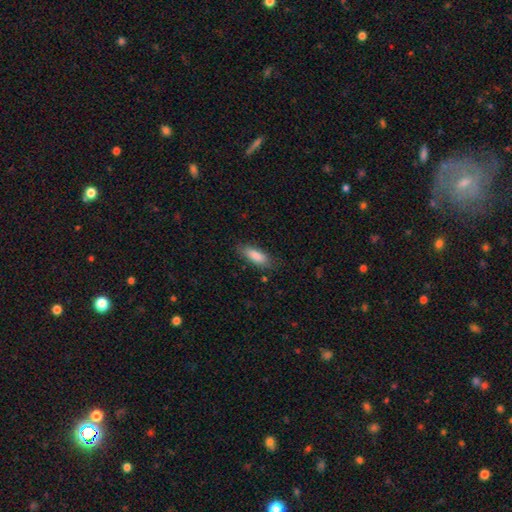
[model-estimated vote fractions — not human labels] A smooth galaxy with no disk features (84%) that is in between round and cigar-shaped (61%).

Vote fractions:
- Smooth or featured? smooth: 84% / featured or disk: 10% / star or artifact: 6%
- How rounded? in between: 61% / cigar-shaped: 38% / round: 2%
- Merging? none: 80% / minor disturbance: 15% / major disturbance: 3% / merger: 1%